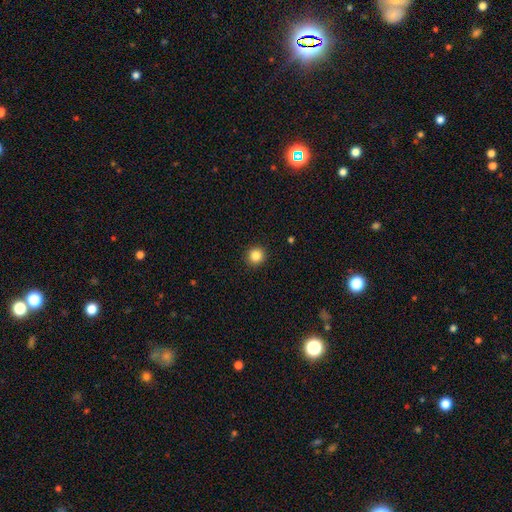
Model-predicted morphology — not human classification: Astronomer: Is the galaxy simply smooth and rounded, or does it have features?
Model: smooth — 85%.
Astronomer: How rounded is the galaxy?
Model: round — 95%.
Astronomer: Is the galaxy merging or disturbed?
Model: none — 93%.